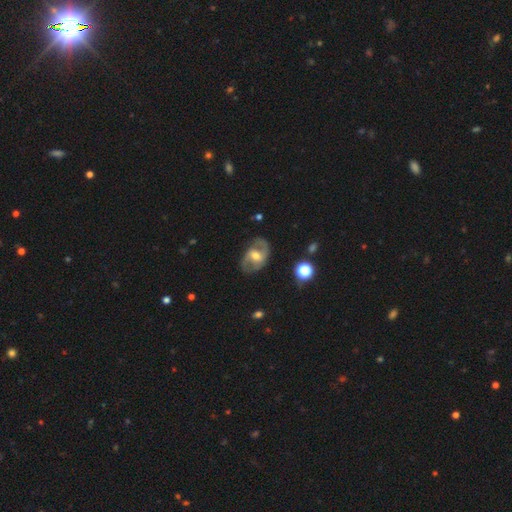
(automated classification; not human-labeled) Smooth or featured? featured or disk (81%)
Edge-on disk? no (96%)
Bar? weak (48%)
Spiral arms? yes (91%)
Spiral winding? medium (52%)
Spiral arm count? 2 (88%)
Bulge size? moderate (64%)
Merging? none (77%)